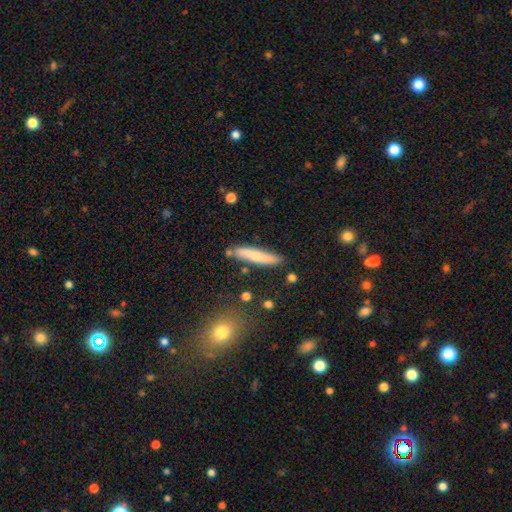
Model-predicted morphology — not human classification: This appears to be a smooth galaxy with no disk features (66%) that is cigar-shaped (89%). Merging: none (82%).